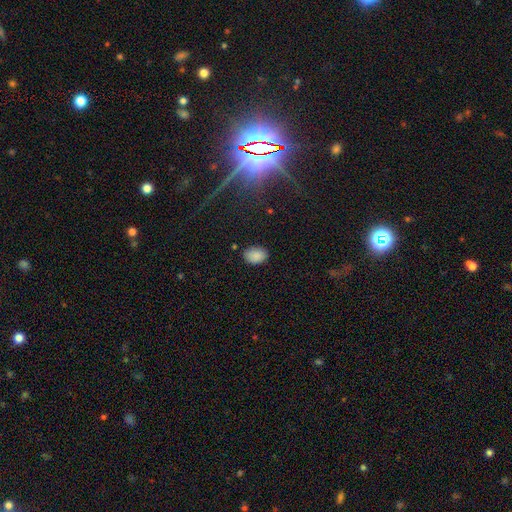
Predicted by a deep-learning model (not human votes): A smooth galaxy with no disk features (87%) that is in between round and cigar-shaped (80%). Merging: none (80%).